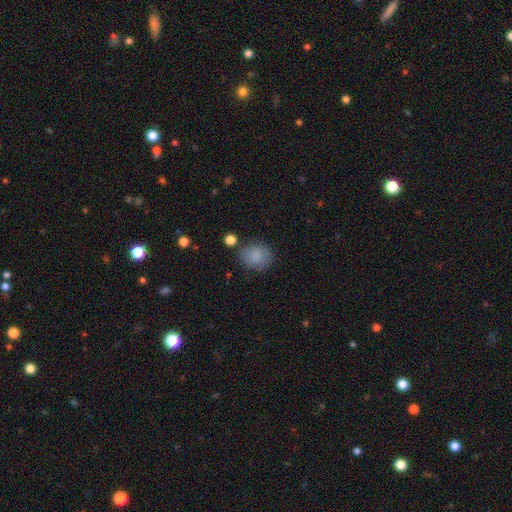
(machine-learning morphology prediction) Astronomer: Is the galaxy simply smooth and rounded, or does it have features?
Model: smooth — 83%.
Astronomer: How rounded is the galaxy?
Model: round — 75%.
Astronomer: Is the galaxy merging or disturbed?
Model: none — 74%.